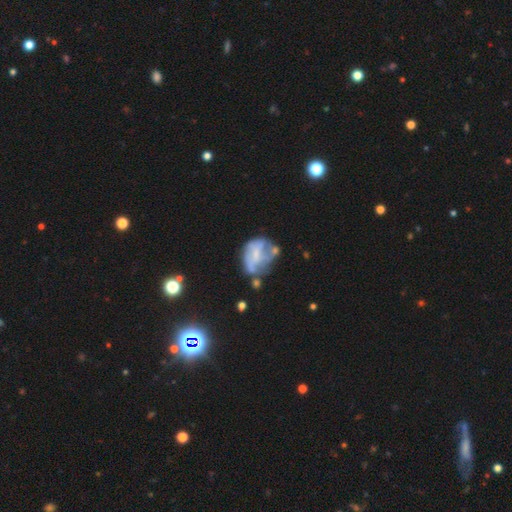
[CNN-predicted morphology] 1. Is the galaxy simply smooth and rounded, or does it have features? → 56% featured or disk, 33% smooth, 11% star or artifact.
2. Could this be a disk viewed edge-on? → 97% no, 3% yes.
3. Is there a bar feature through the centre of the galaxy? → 65% no, 26% weak, 9% strong.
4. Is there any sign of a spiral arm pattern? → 71% no, 29% yes.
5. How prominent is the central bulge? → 43% none, 34% small, 19% moderate, 2% large, 1% dominant.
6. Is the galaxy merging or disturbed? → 32% none, 28% major disturbance, 24% minor disturbance, 15% merger.